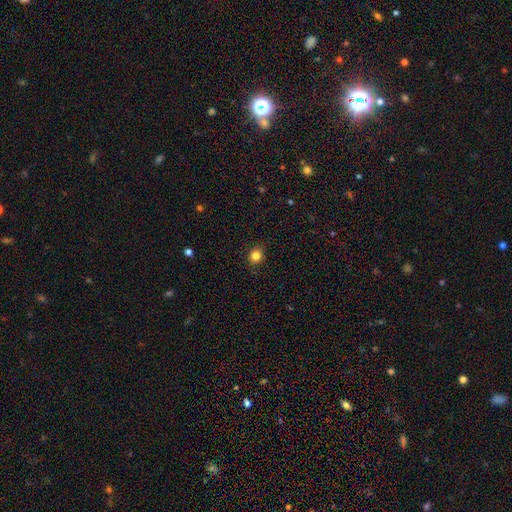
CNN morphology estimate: Q: Smooth or featured?
A: smooth (82%); runner-up: star or artifact (12%)
Q: How rounded?
A: round (72%); runner-up: in between (27%)
Q: Merging?
A: none (88%); runner-up: minor disturbance (9%)